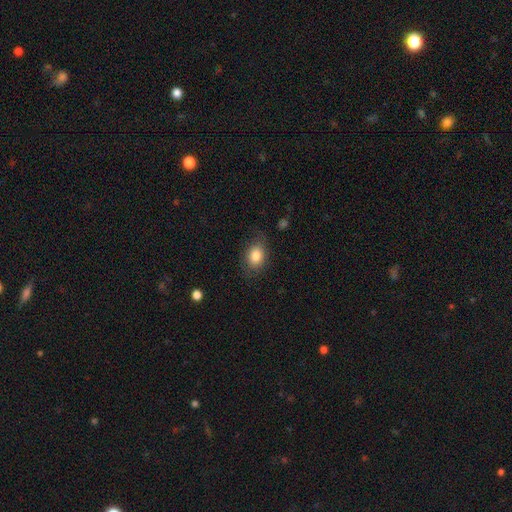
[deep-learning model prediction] This appears to be a smooth galaxy with no disk features (82%) that is in between round and cigar-shaped (68%). Merging: none (73%).